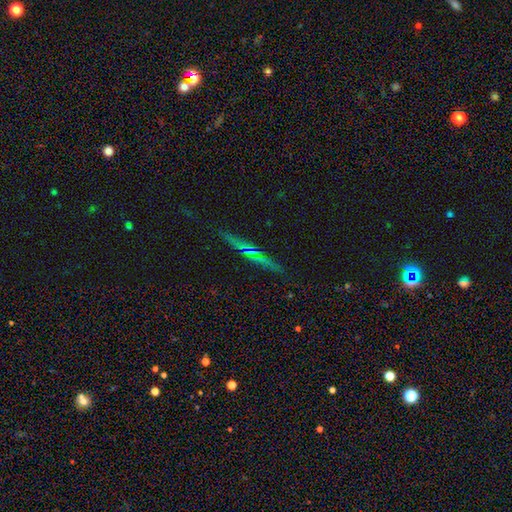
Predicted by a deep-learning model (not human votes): Morphology: type=featured or disk (55%); edge-on=yes (93%); edge-on bulge=none (62%); merging=none (88%).